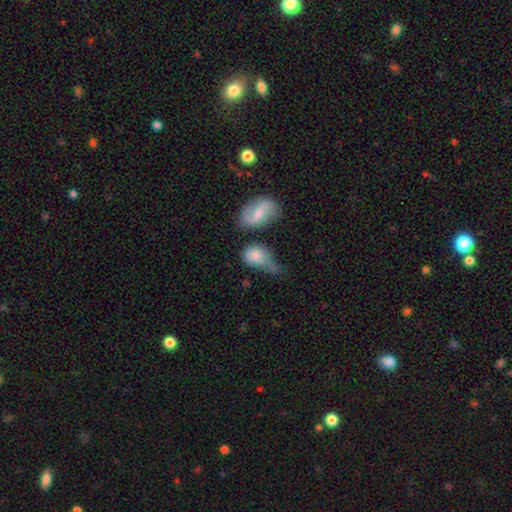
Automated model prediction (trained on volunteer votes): A smooth galaxy with no disk features (75%) that is in between round and cigar-shaped (61%).

Vote fractions:
- Smooth or featured? smooth: 75% / featured or disk: 17% / star or artifact: 8%
- How rounded? in between: 61% / round: 36% / cigar-shaped: 3%
- Merging? none: 35% / minor disturbance: 24% / merger: 23% / major disturbance: 18%